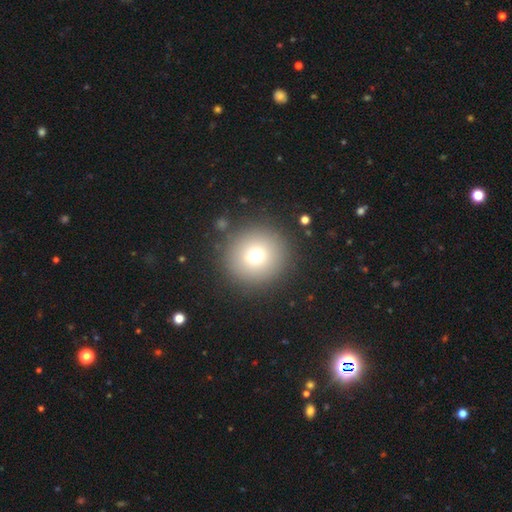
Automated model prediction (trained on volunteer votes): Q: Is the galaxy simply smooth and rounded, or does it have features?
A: smooth — 74%.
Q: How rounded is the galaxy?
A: round — 95%.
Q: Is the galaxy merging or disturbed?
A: none — 89%.